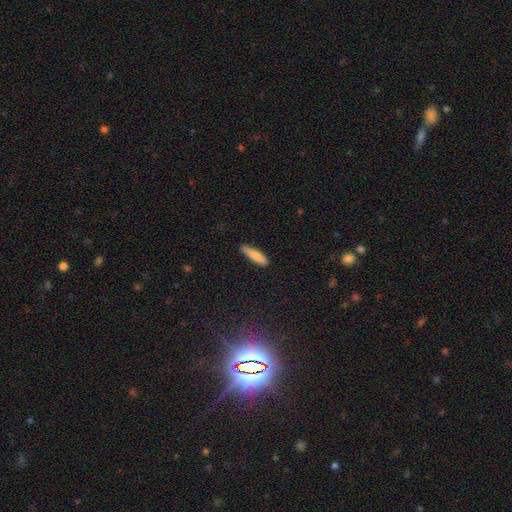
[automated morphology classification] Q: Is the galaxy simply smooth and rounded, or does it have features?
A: smooth — 83%.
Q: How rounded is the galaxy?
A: cigar-shaped — 77%.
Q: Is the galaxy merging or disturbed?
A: none — 83%.